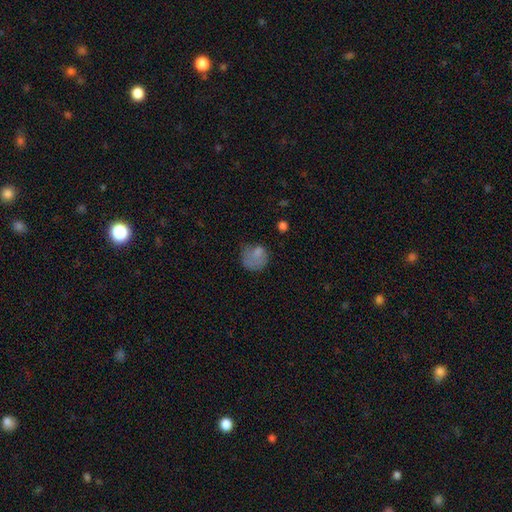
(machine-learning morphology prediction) smooth-or-featured: smooth: 72% | featured or disk: 17% | star or artifact: 11%
  how-rounded: round: 72% | in between: 26% | cigar-shaped: 1%
  merging: none: 40% | minor disturbance: 28% | major disturbance: 27% | merger: 4%